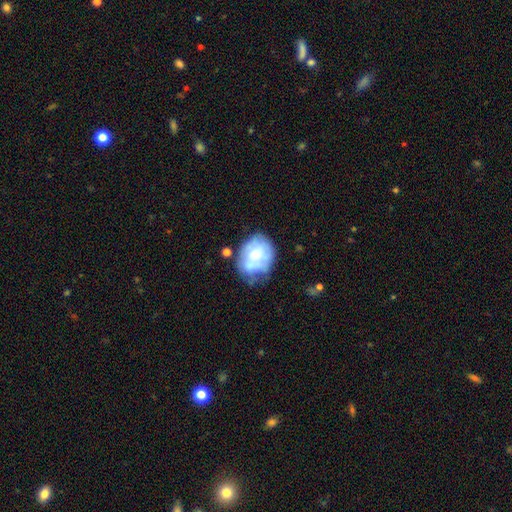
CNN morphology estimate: A smooth galaxy with no disk features (52%) that is round (52%). Merging: none (43%).